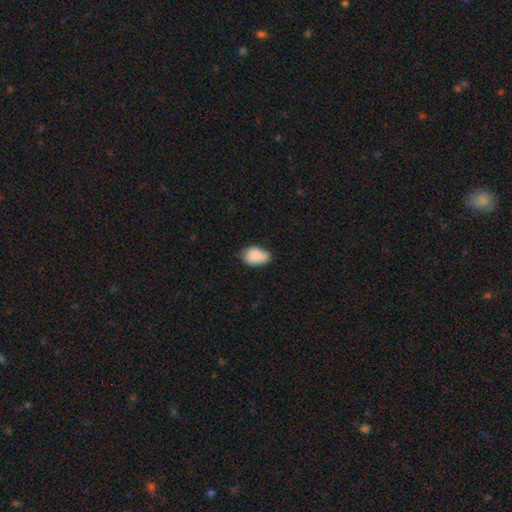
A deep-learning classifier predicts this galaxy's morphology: Smooth or featured?
  - smooth: 87% *
  - star or artifact: 7%
  - featured or disk: 6%
How rounded?
  - in between: 87% *
  - round: 12%
  - cigar-shaped: 1%
Merging?
  - none: 59% *
  - minor disturbance: 34%
  - major disturbance: 5%
  - merger: 2%